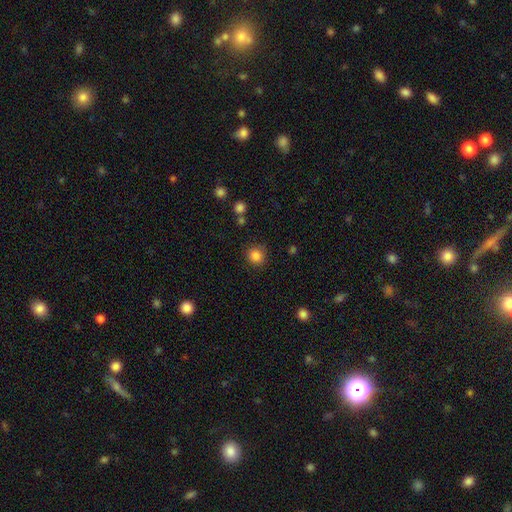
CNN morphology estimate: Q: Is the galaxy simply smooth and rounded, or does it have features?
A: smooth — 85%.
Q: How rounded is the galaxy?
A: round — 88%.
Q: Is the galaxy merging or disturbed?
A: none — 85%.